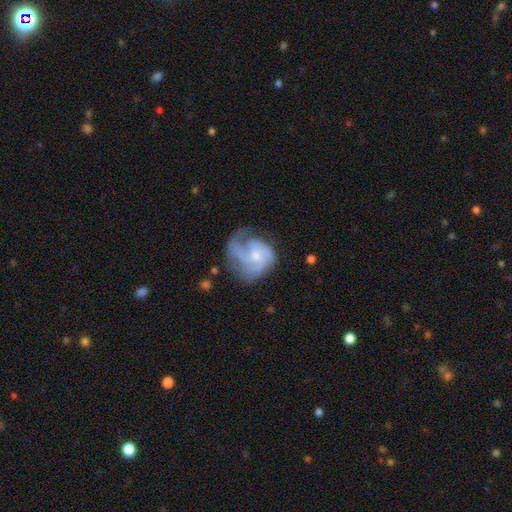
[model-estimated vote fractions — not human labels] Morphology: type=featured or disk (72%); edge-on=no (98%); bar=no (66%); spiral arms=yes (87%); winding=medium (43%); arm count=3 (30%); bulge=small (54%); merging=none (41%).